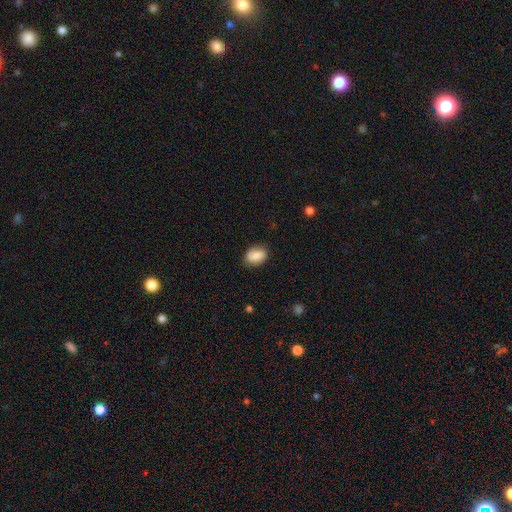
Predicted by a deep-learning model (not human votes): Morphology: type=smooth (85%); roundness=in between (78%); merging=none (79%).